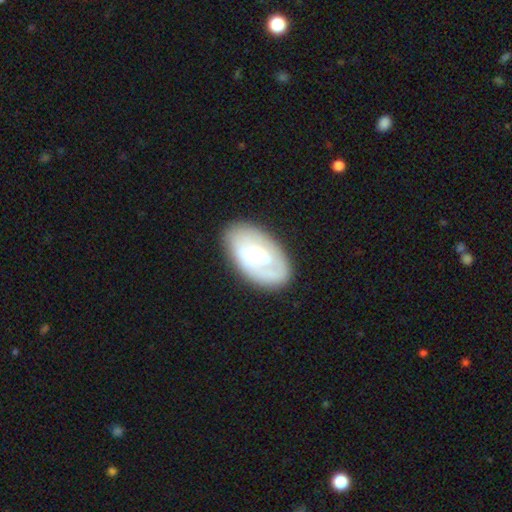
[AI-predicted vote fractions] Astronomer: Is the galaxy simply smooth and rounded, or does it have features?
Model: featured or disk — 55% (runner-up: smooth, 39%).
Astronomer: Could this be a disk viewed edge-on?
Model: no — 94%.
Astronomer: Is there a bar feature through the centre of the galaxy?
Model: weak — 42% (runner-up: no, 40%).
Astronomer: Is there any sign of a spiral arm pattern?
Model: yes — 57% (runner-up: no, 43%).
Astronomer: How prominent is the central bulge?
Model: small — 45% (runner-up: moderate, 41%).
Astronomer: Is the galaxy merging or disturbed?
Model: none — 72%.